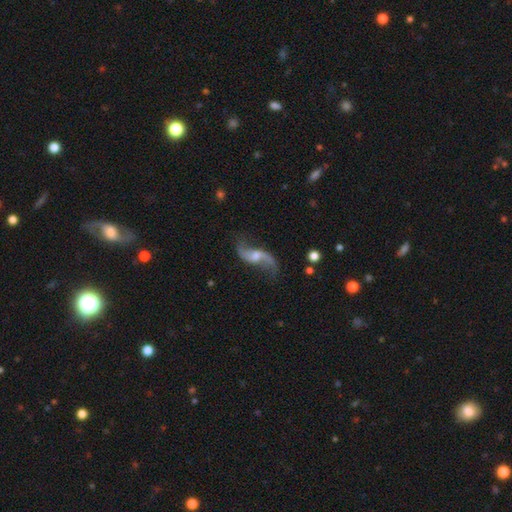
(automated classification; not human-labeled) featured or disk 87%, smooth 7%, star or artifact 5%. Down the decision tree: edge-on disk — no (94%); bar — no (45%); spiral arms — yes (96%); spiral arm count — 2 (94%); spiral winding — loose (90%); bulge size — moderate (41%); merging — none (73%).